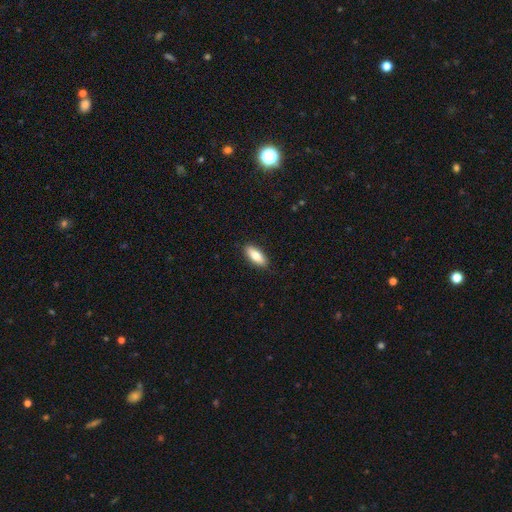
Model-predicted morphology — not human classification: Q: Smooth or featured?
A: smooth (81%); runner-up: featured or disk (13%)
Q: How rounded?
A: in between (75%); runner-up: cigar-shaped (23%)
Q: Merging?
A: none (89%); runner-up: minor disturbance (8%)